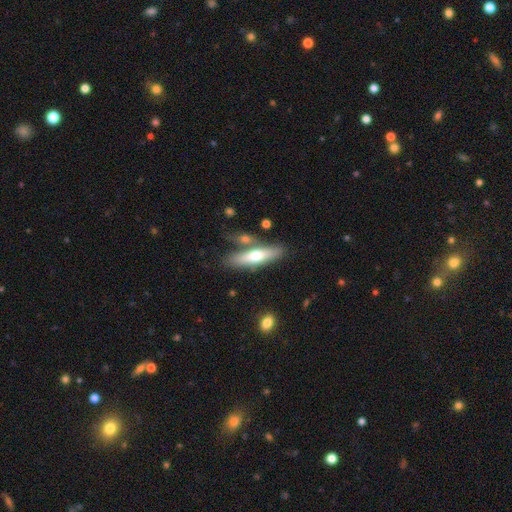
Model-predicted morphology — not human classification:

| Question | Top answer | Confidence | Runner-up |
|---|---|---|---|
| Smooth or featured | smooth | 56% | featured or disk (38%) |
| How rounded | cigar-shaped | 68% | in between (30%) |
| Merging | none | 68% | minor disturbance (14%) |